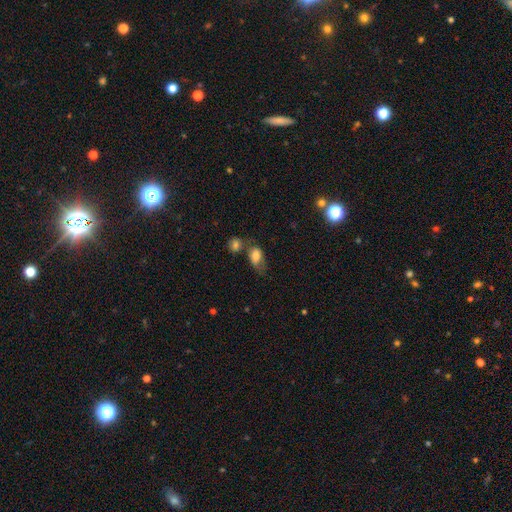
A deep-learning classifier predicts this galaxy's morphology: smooth 76%, featured or disk 15%, star or artifact 9%. Down the decision tree: how rounded — in between (84%); merging — none (33%).